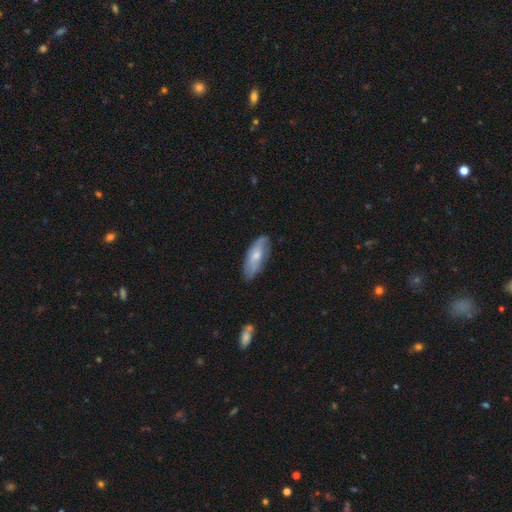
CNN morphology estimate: Q: Smooth or featured?
A: smooth (52%); runner-up: featured or disk (42%)
Q: How rounded?
A: in between (76%); runner-up: cigar-shaped (22%)
Q: Merging?
A: none (70%); runner-up: minor disturbance (23%)